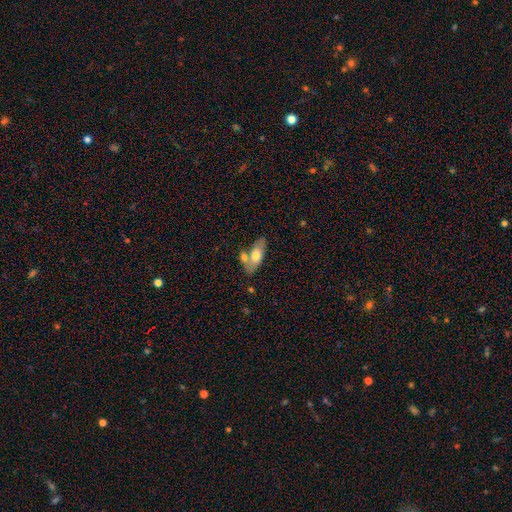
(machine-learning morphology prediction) Smooth or featured? smooth (64%)
How rounded? in between (80%)
Merging? none (59%)